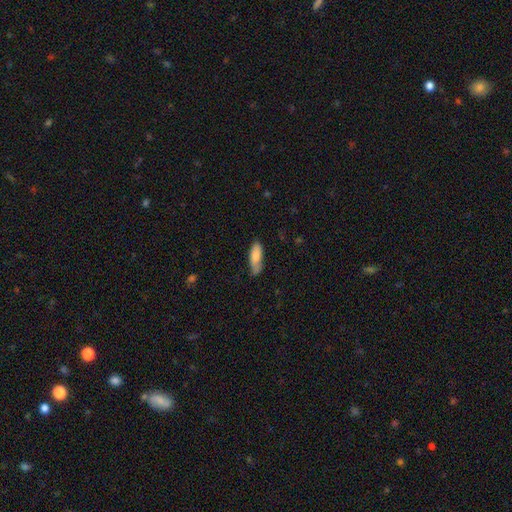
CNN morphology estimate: A smooth galaxy with no disk features (80%) that is in between round and cigar-shaped (63%).

Vote fractions:
- Smooth or featured? smooth: 80% / featured or disk: 14% / star or artifact: 6%
- How rounded? in between: 63% / cigar-shaped: 35% / round: 2%
- Merging? none: 61% / minor disturbance: 29% / major disturbance: 6% / merger: 3%